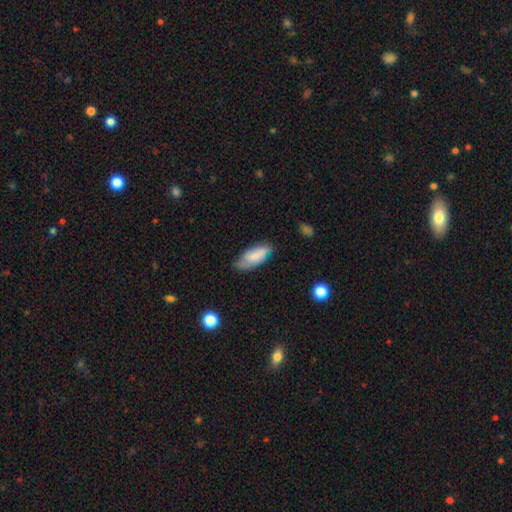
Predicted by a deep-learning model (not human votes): The model was most divided on "merging": none: 56%, minor disturbance: 34%, major disturbance: 8%, merger: 2%. More confident: how rounded — in between (84%); smooth or featured — smooth (70%).